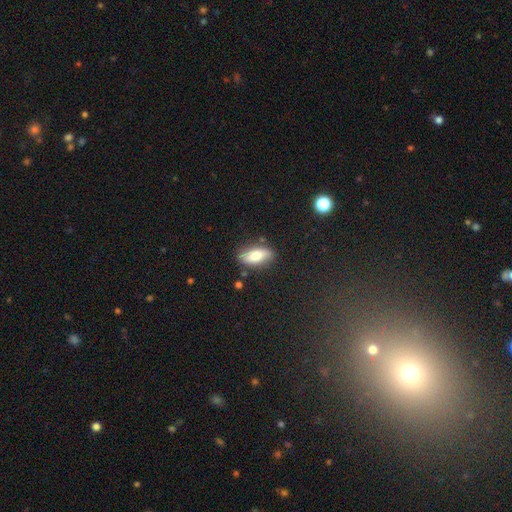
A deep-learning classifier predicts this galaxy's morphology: The model was most divided on "smooth or featured": smooth: 70%, featured or disk: 22%, star or artifact: 8%. More confident: how rounded — in between (84%); merging — none (79%).